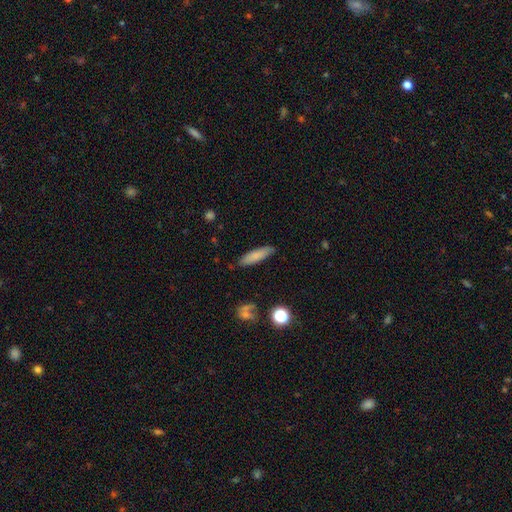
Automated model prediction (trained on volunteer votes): Smooth or featured: smooth — 79% (featured or disk — 13%)
How rounded: cigar-shaped — 70% (in between — 28%)
Merging: none — 86% (minor disturbance — 10%)